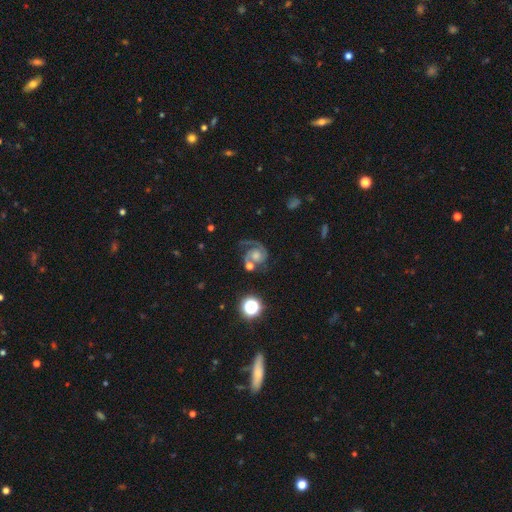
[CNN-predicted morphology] A featured or disk galaxy (83%) with no bar (70%), 2 (65%) medium (46%) spiral arms (97%) and a moderate central bulge (44%).

Vote fractions:
- Smooth or featured? featured or disk: 83% / smooth: 9% / star or artifact: 8%
- Edge-on disk? no: 98% / yes: 2%
- Bar? no: 70% / weak: 25% / strong: 5%
- Spiral arms? yes: 97% / no: 3%
- Spiral winding? medium: 46% / tight: 41% / loose: 13%
- Spiral arm count? 2: 65% / 1: 26% / can't tell: 4% / 3: 3% / 4: 1% / more than 4: 1%
- Bulge size? moderate: 44% / small: 31% / none: 11% / large: 11% / dominant: 2%
- Merging? none: 52% / major disturbance: 18% / minor disturbance: 17% / merger: 14%